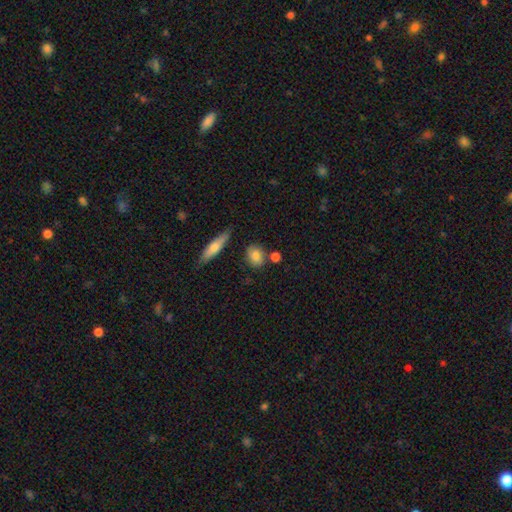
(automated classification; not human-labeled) The model was most divided on "how rounded": round: 53%, in between: 42%, cigar-shaped: 5%. More confident: smooth or featured — smooth (81%); merging — none (73%).